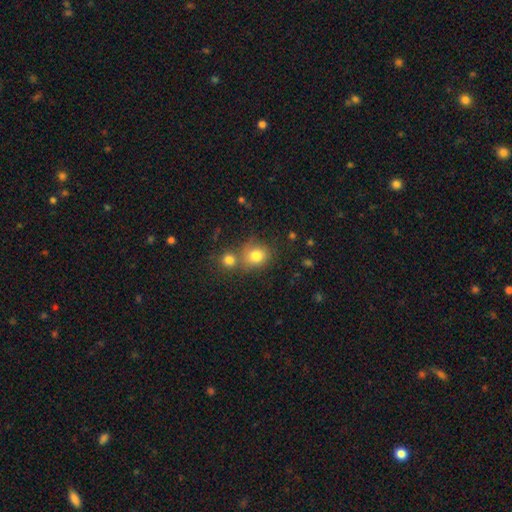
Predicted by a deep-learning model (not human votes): This is likely a smooth galaxy (80%). How rounded: likely round (70%). Merging: possibly none (50%).